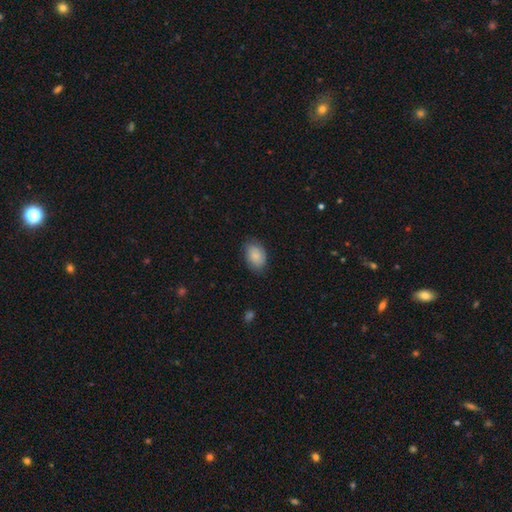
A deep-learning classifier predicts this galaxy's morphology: This is clearly a smooth galaxy (84%). How rounded: clearly in between (84%). Merging: likely none (78%).